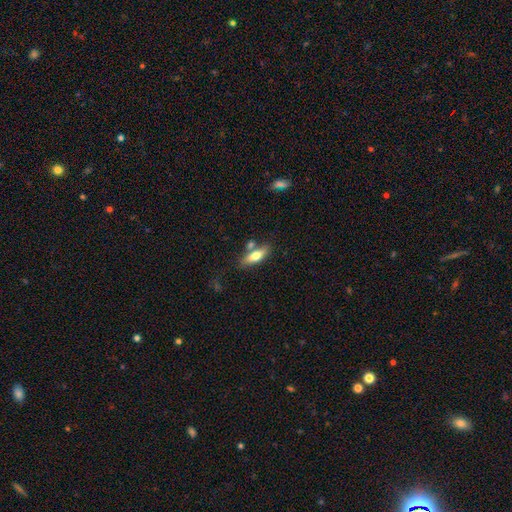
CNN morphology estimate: Overall: smooth (66%; featured or disk 28%). How rounded: in between (59%; cigar-shaped 38%). Merging: none (66%).